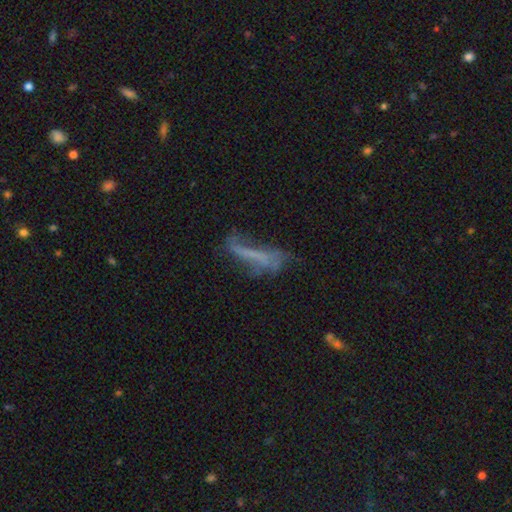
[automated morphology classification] The model was most divided on "merging": none: 36%, major disturbance: 33%, minor disturbance: 24%, merger: 8%. Remaining: smooth or featured — featured or disk (49%).